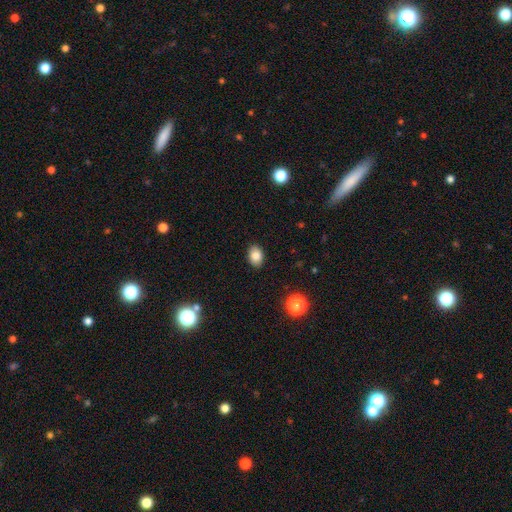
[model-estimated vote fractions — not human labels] smooth-or-featured: smooth: 84% | star or artifact: 9% | featured or disk: 7%
  how-rounded: in between: 77% | round: 22% | cigar-shaped: 1%
  merging: none: 89% | minor disturbance: 8% | major disturbance: 2% | merger: 1%